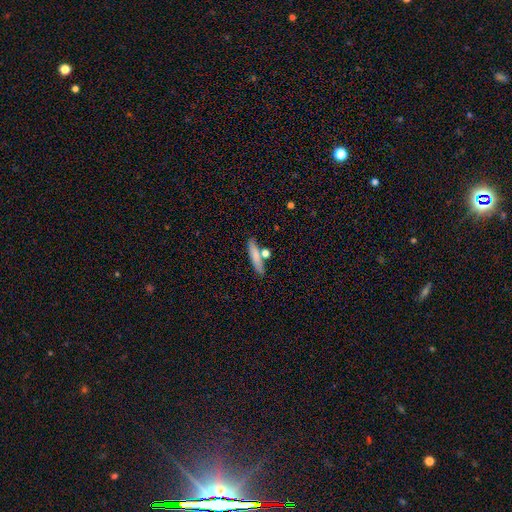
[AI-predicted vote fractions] Q: Smooth or featured?
A: smooth (76%); runner-up: featured or disk (17%)
Q: How rounded?
A: cigar-shaped (79%); runner-up: in between (17%)
Q: Merging?
A: none (72%); runner-up: merger (13%)